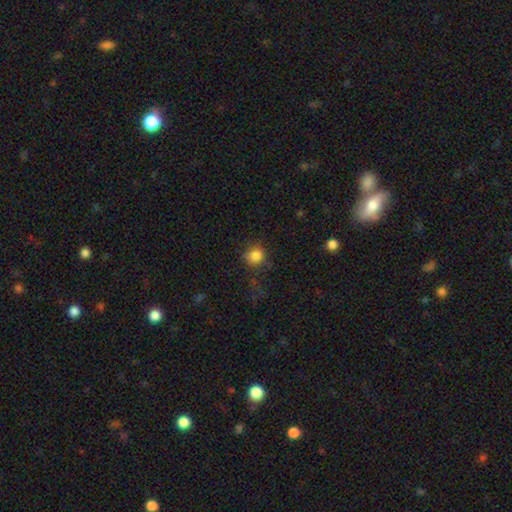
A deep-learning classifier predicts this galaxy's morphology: Smooth or featured? Predicted: smooth (p=0.83). How rounded? Predicted: round (p=0.83). Merging? Predicted: none (p=0.70).